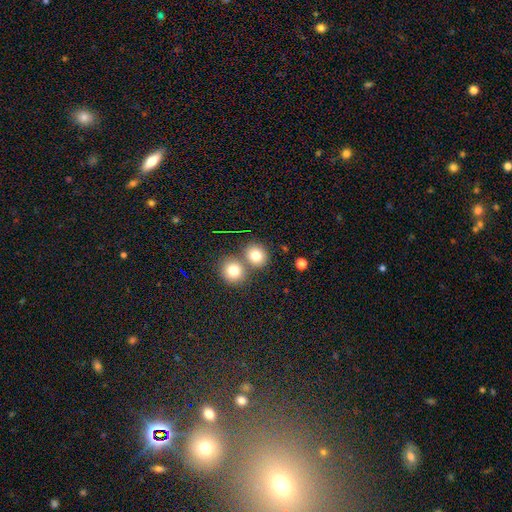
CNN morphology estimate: smooth-or-featured: smooth: 78% | star or artifact: 13% | featured or disk: 9%
  how-rounded: round: 78% | in between: 21% | cigar-shaped: 1%
  merging: none: 58% | merger: 32% | minor disturbance: 7% | major disturbance: 3%